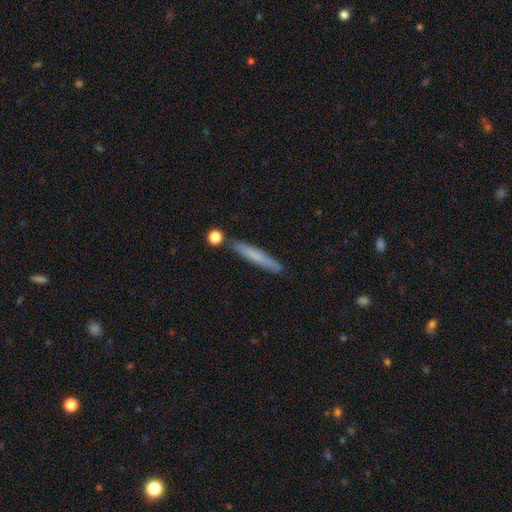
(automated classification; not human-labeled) Morphology: type=smooth (66%); roundness=cigar-shaped (94%); merging=none (79%).